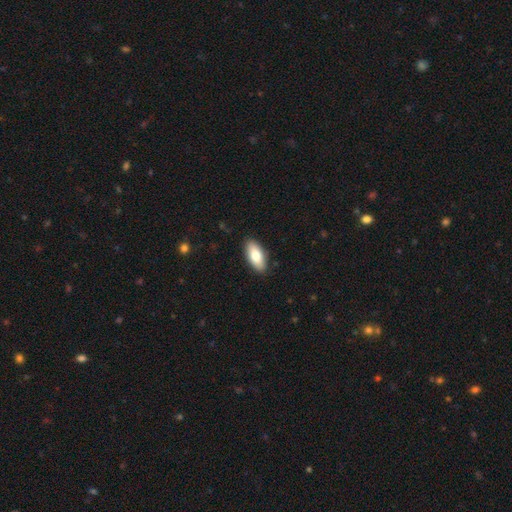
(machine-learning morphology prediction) smooth_or_featured: smooth (p=0.78) [alt: featured or disk p=0.16]
how_rounded: in between (p=0.86) [alt: cigar-shaped p=0.11]
merging: none (p=0.89) [alt: minor disturbance p=0.08]